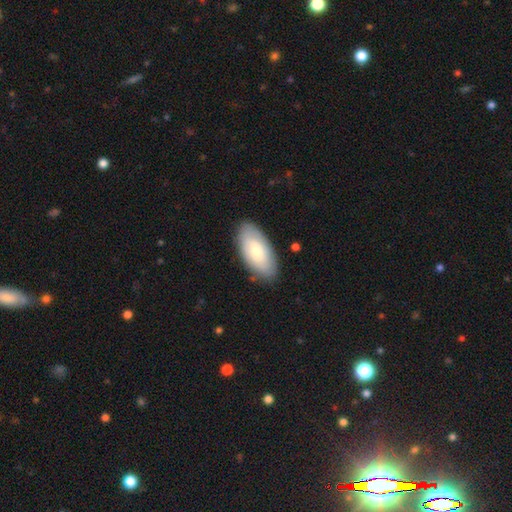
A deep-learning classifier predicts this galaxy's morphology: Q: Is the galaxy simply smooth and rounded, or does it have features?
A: smooth — 66%.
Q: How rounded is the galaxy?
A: in between — 92%.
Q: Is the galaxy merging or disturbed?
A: none — 84%.